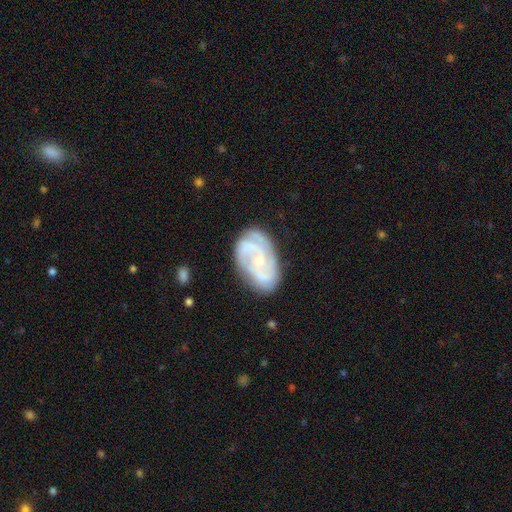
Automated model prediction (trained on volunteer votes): Smooth or featured? Predicted: featured or disk (p=0.81). Edge-on disk? Predicted: no (p=0.97). Bar? Predicted: no (p=0.61). Spiral arms? Predicted: yes (p=0.95). Spiral winding? Predicted: tight (p=0.51). Spiral arm count? Predicted: 2 (p=0.36). Bulge size? Predicted: small (p=0.67). Merging? Predicted: none (p=0.72).